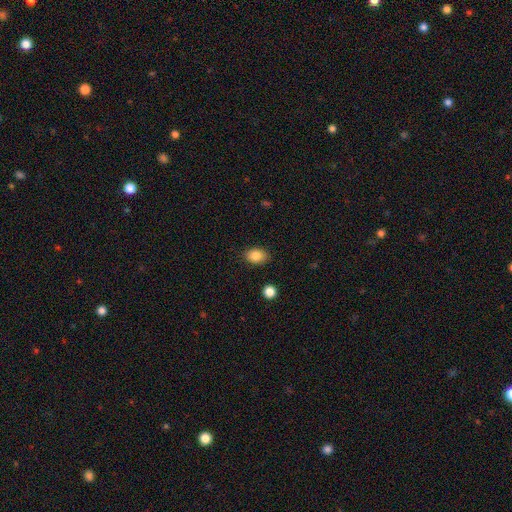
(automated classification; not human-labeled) smooth_or_featured: smooth (p=0.86) [alt: star or artifact p=0.09]
how_rounded: in between (p=0.76) [alt: round p=0.23]
merging: none (p=0.86) [alt: minor disturbance p=0.10]